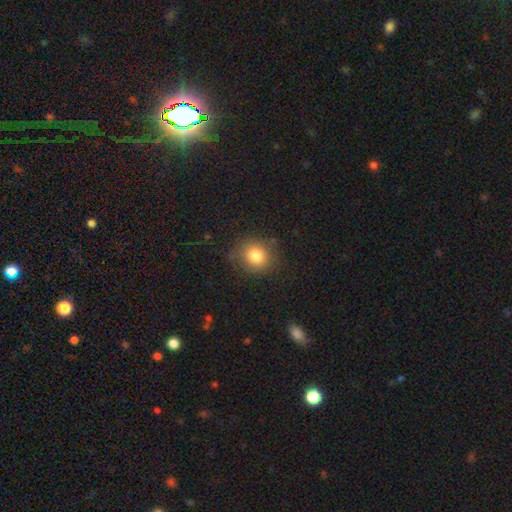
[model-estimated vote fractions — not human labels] smooth 81%, star or artifact 10%, featured or disk 9%. Down the decision tree: how rounded — round (79%); merging — none (79%).